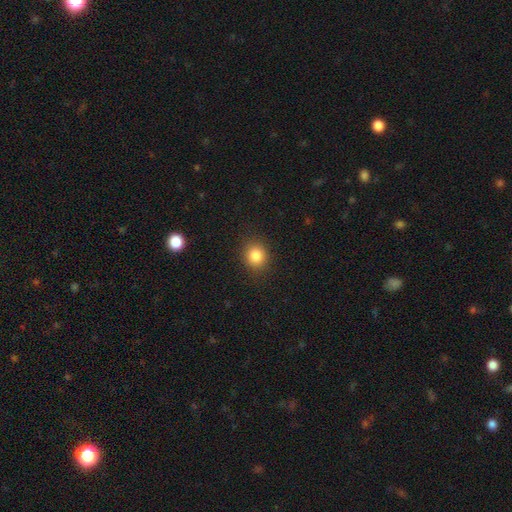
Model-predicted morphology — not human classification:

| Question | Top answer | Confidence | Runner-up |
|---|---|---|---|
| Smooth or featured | smooth | 84% | star or artifact (11%) |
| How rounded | round | 77% | in between (22%) |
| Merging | none | 89% | minor disturbance (8%) |